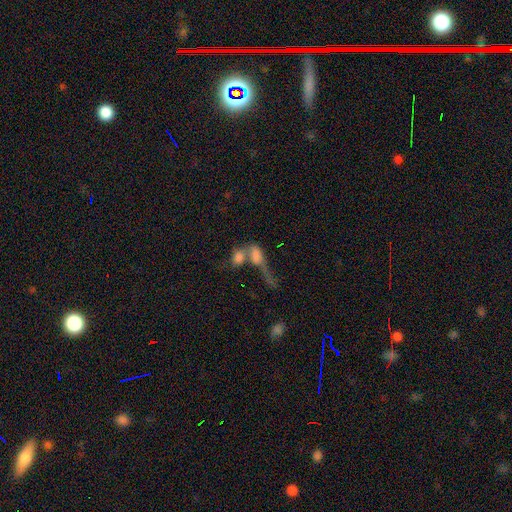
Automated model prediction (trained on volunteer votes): Overall: smooth (59%; featured or disk 27%). How rounded: in between (70%). Merging: merger (67%).